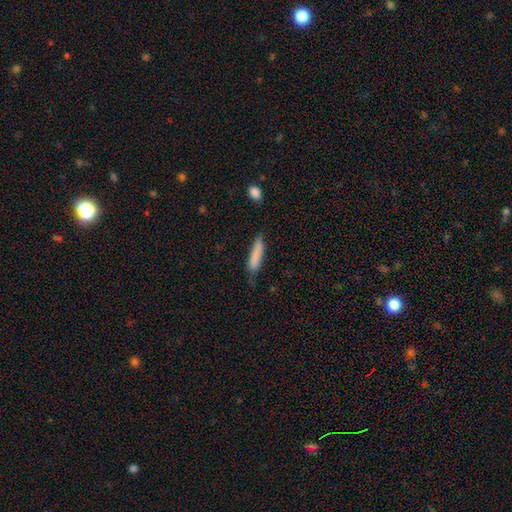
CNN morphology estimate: A smooth galaxy with no disk features (83%) that is cigar-shaped (82%).

Vote fractions:
- Smooth or featured? smooth: 83% / featured or disk: 10% / star or artifact: 7%
- How rounded? cigar-shaped: 82% / in between: 17% / round: 1%
- Merging? none: 65% / minor disturbance: 26% / major disturbance: 7% / merger: 3%